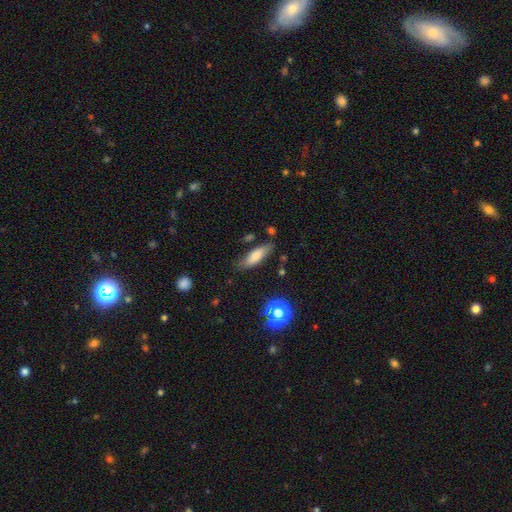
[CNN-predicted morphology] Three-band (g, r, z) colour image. It shows a smooth galaxy with no disk features (72%) that is cigar-shaped (49%, tied with in between). Merging: none (75%).